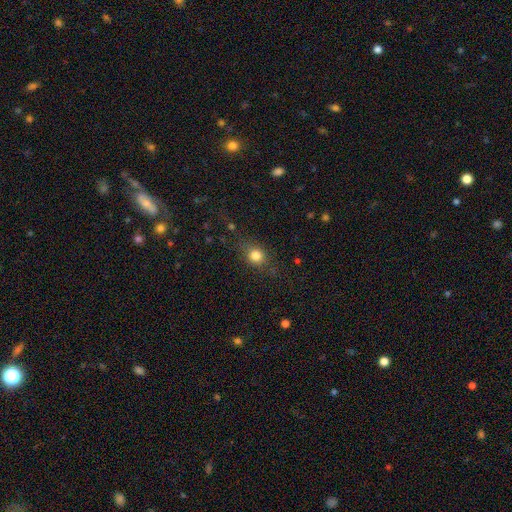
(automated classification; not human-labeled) smooth 79%, star or artifact 13%, featured or disk 9%. Down the decision tree: how rounded — round (69%); merging — none (74%).